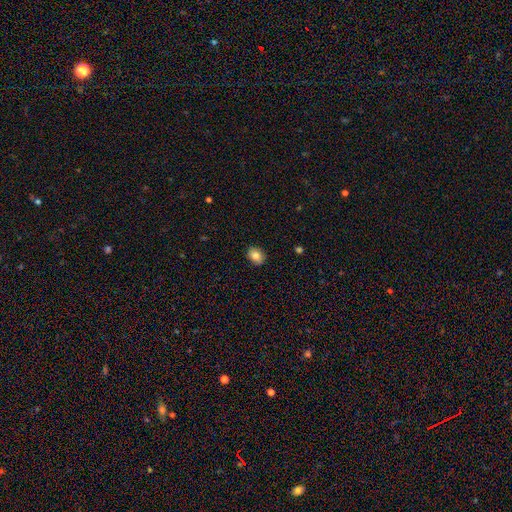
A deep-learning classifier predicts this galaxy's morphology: Overall: smooth (81%). How rounded: in between (60%; round 39%). Merging: none (87%).